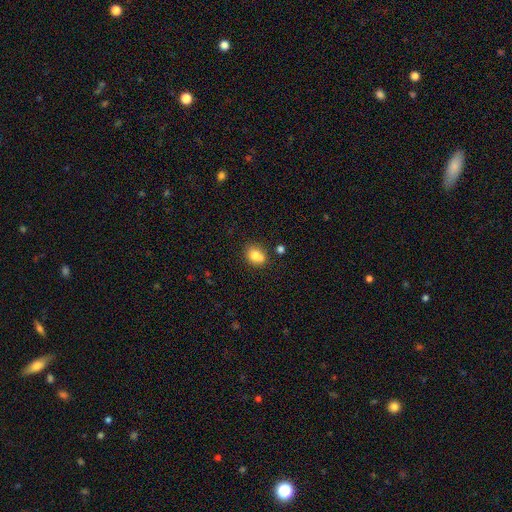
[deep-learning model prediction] Q: Smooth or featured?
A: smooth (80%); runner-up: star or artifact (10%)
Q: How rounded?
A: round (51%); runner-up: in between (48%)
Q: Merging?
A: none (59%); runner-up: merger (18%)